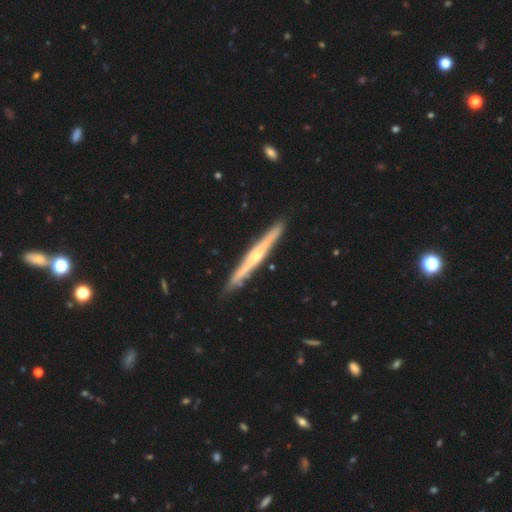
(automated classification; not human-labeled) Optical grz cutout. It shows a featured or disk galaxy (76%) viewed edge-on (96%) with a rounded central bulge (79%). Merging: none (88%).